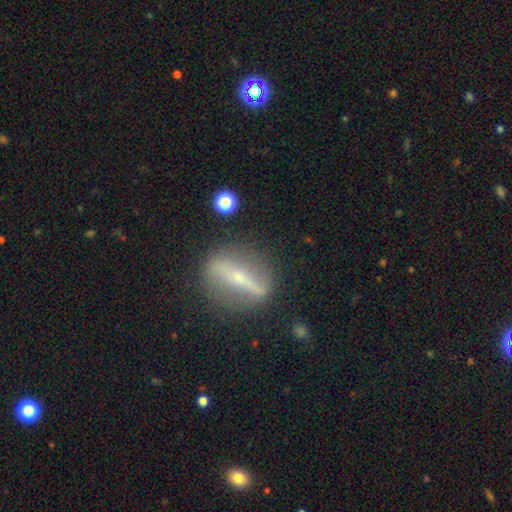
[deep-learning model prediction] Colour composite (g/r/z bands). It shows a featured or disk galaxy (75%). Merging: none (84%).